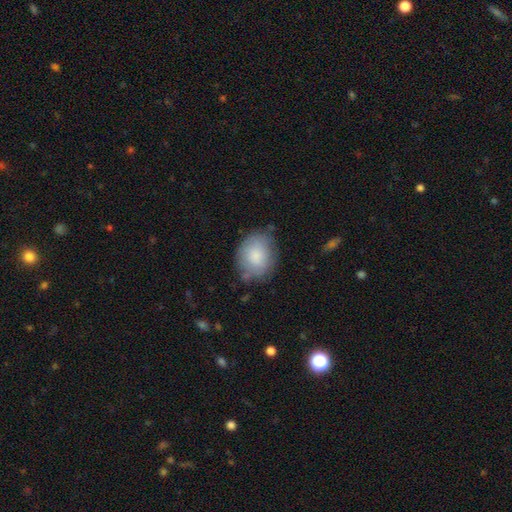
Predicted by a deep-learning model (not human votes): smooth 81%, featured or disk 13%, star or artifact 7%. Down the decision tree: how rounded — round (50%); merging — none (68%).